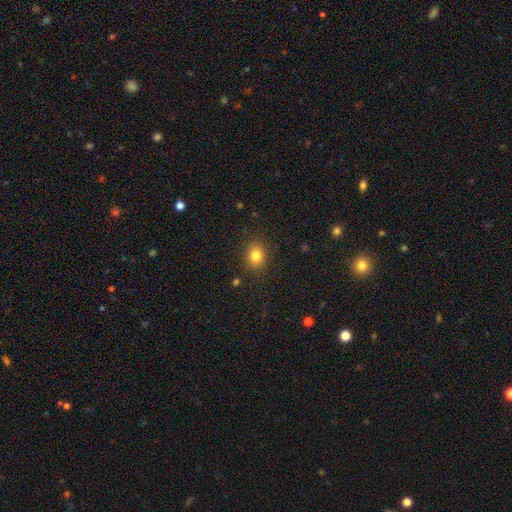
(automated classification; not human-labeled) The model was most divided on "how rounded": round: 54%, in between: 45%, cigar-shaped: 1%. More confident: merging — none (87%); smooth or featured — smooth (82%).